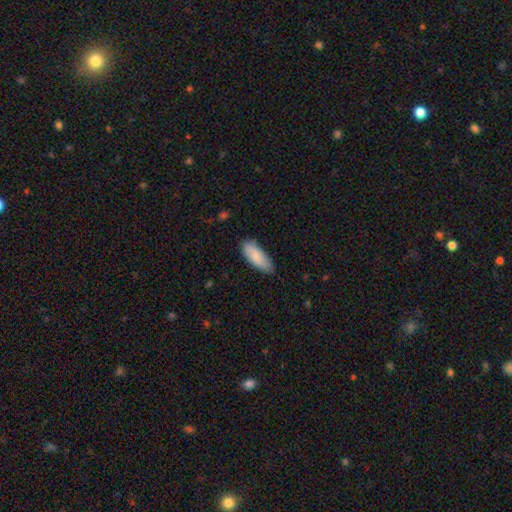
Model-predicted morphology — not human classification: Smooth or featured? smooth (85%)
How rounded? in between (77%)
Merging? none (77%)